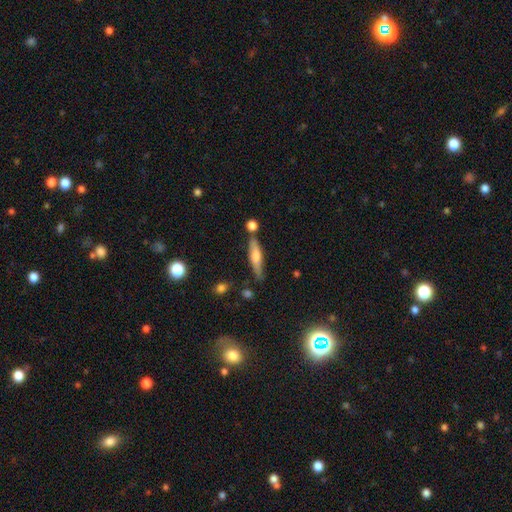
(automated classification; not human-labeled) A smooth galaxy with no disk features (49%).

Vote fractions:
- Smooth or featured? smooth: 49% / featured or disk: 43% / star or artifact: 8%
- Merging? none: 71% / minor disturbance: 16% / merger: 9% / major disturbance: 4%